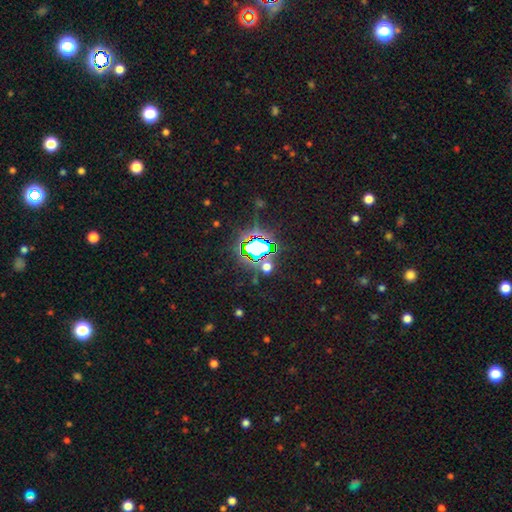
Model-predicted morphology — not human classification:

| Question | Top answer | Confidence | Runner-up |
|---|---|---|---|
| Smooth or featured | star or artifact | 72% | smooth (18%) |